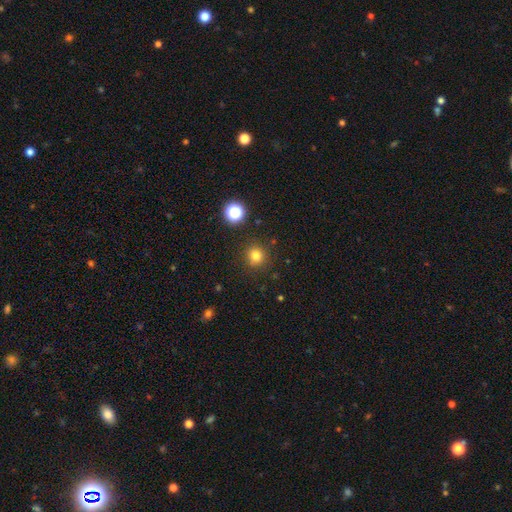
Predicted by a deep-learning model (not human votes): Smooth or featured?
  - smooth: 78% *
  - star or artifact: 16%
  - featured or disk: 6%
How rounded?
  - round: 93% *
  - in between: 6%
  - cigar-shaped: 1%
Merging?
  - none: 88% *
  - minor disturbance: 7%
  - major disturbance: 3%
  - merger: 2%